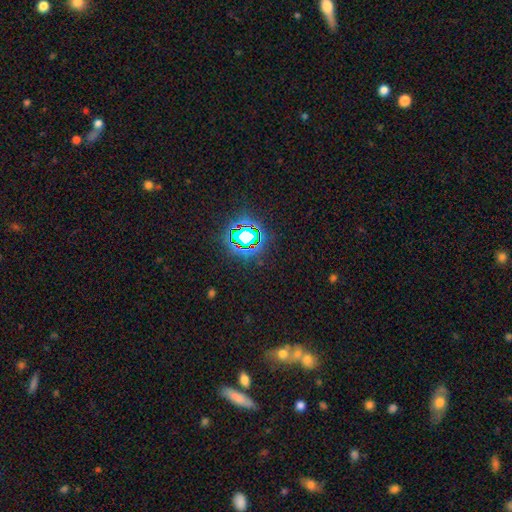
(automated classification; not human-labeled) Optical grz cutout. It shows a star or artifact, not a galaxy (72%).